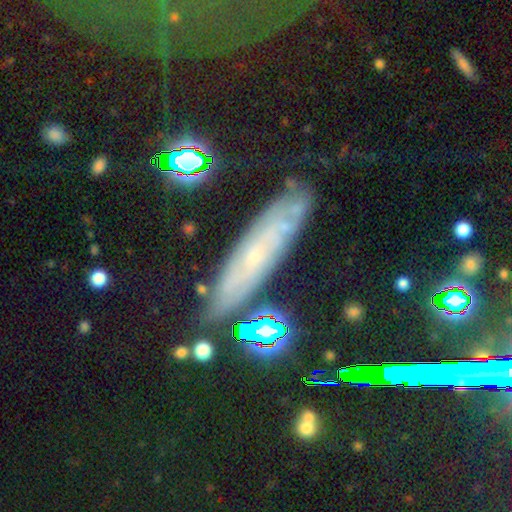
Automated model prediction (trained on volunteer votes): smooth-or-featured: featured or disk: 52% | smooth: 27% | star or artifact: 20%
  disk-edge-on: no: 55% | yes: 45%
  merging: none: 80% | minor disturbance: 15% | major disturbance: 3% | merger: 2%